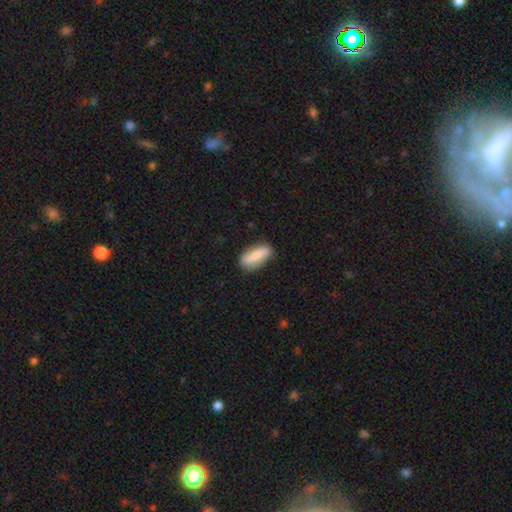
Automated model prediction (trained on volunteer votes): smooth_or_featured: smooth (p=0.76) [alt: featured or disk p=0.18]
how_rounded: in between (p=0.66) [alt: cigar-shaped p=0.31]
merging: none (p=0.80) [alt: minor disturbance p=0.15]